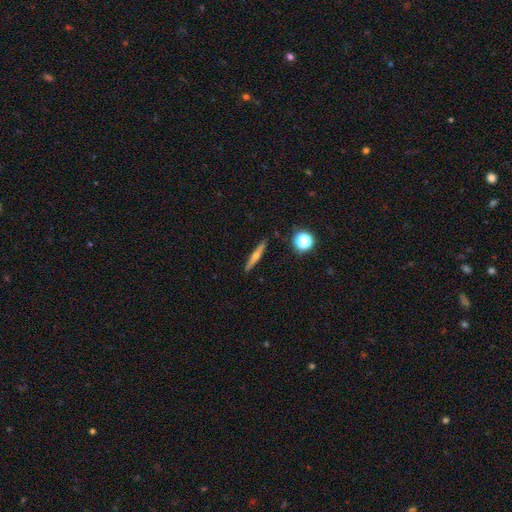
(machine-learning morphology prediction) Smooth or featured: featured or disk — 50% (smooth — 41%)
Edge-on disk: yes — 95% (no — 5%)
Merging: none — 89% (minor disturbance — 7%)